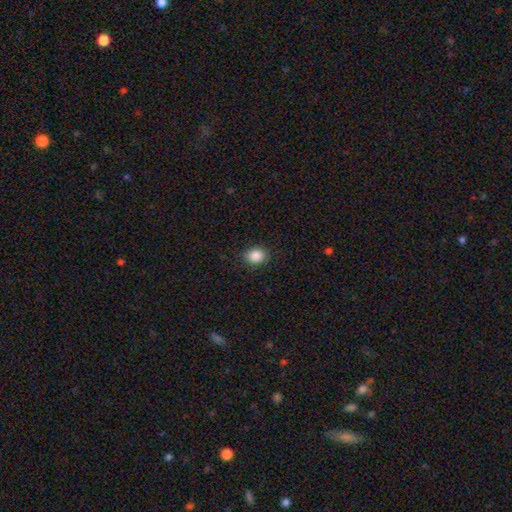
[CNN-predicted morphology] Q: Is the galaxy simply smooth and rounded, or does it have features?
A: smooth — 87%.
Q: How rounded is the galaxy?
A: round — 65%.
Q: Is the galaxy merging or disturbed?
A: none — 88%.